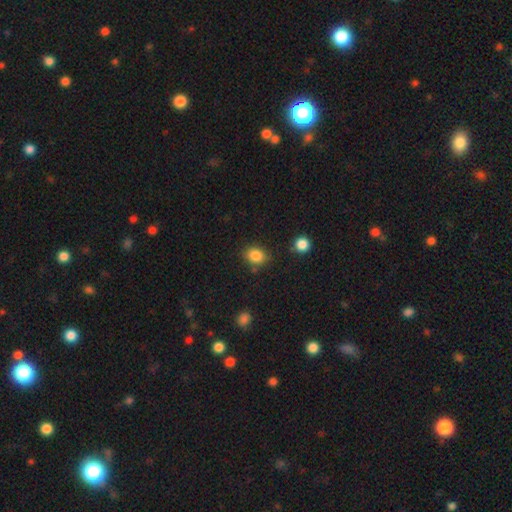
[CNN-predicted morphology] type=smooth (85%); roundness=in between (52%); merging=none (77%).